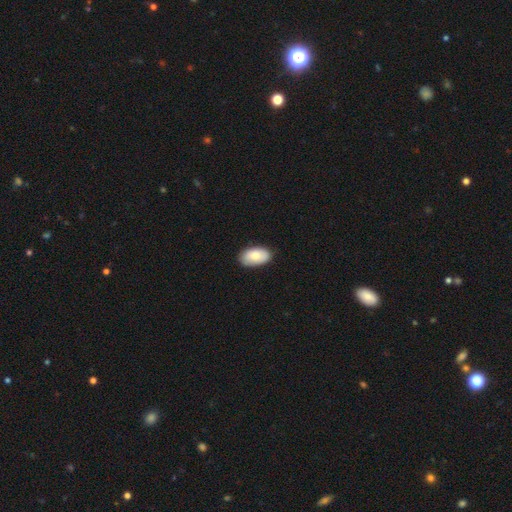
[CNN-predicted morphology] smooth 84%, featured or disk 11%, star or artifact 6%. Down the decision tree: how rounded — in between (95%); merging — none (85%).